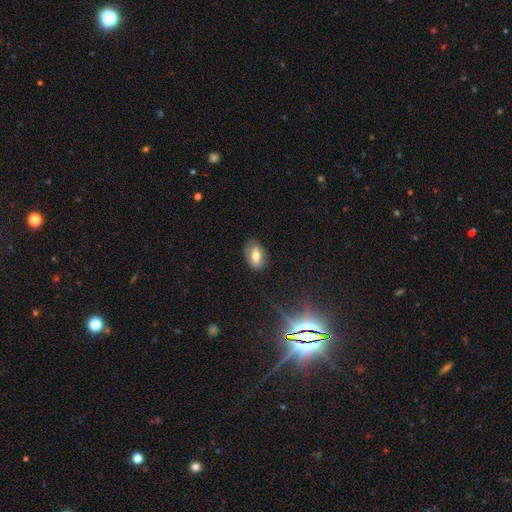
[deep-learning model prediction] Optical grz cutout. It shows a smooth galaxy with no disk features (62%) that is in between round and cigar-shaped (89%). Merging: none (82%).